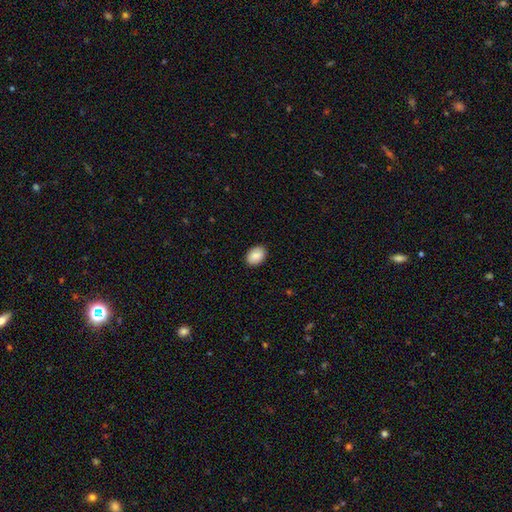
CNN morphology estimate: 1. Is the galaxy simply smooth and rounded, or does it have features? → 85% smooth, 8% featured or disk, 7% star or artifact.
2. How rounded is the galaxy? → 77% in between, 22% round, 1% cigar-shaped.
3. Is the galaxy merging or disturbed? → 90% none, 8% minor disturbance, 2% major disturbance, 1% merger.